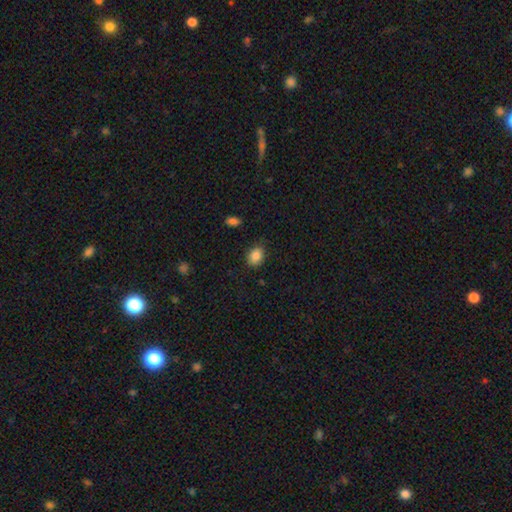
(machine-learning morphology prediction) A smooth galaxy with no disk features (86%) that is in between round and cigar-shaped (62%).

Vote fractions:
- Smooth or featured? smooth: 86% / star or artifact: 9% / featured or disk: 5%
- How rounded? in between: 62% / round: 37% / cigar-shaped: 1%
- Merging? none: 79% / minor disturbance: 16% / major disturbance: 3% / merger: 1%